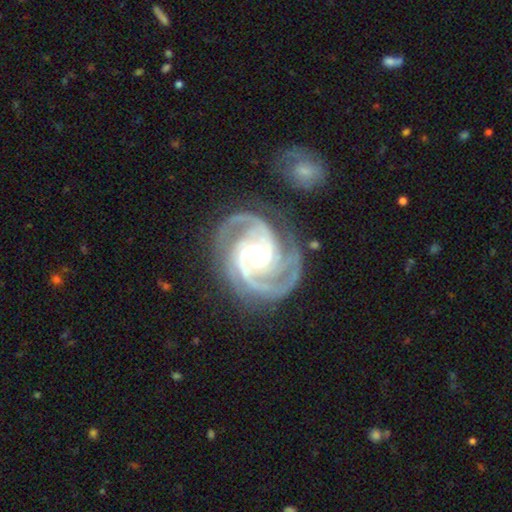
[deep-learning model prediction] Q: Smooth or featured?
A: featured or disk (94%); runner-up: star or artifact (4%)
Q: Edge-on disk?
A: no (98%); runner-up: yes (2%)
Q: Bar?
A: weak (42%); runner-up: no (38%)
Q: Spiral arms?
A: yes (99%); runner-up: no (1%)
Q: Spiral winding?
A: tight (53%); runner-up: medium (42%)
Q: Spiral arm count?
A: 2 (38%); tied with: 3 (38%)
Q: Bulge size?
A: moderate (58%); runner-up: small (33%)
Q: Merging?
A: none (71%); runner-up: minor disturbance (18%)